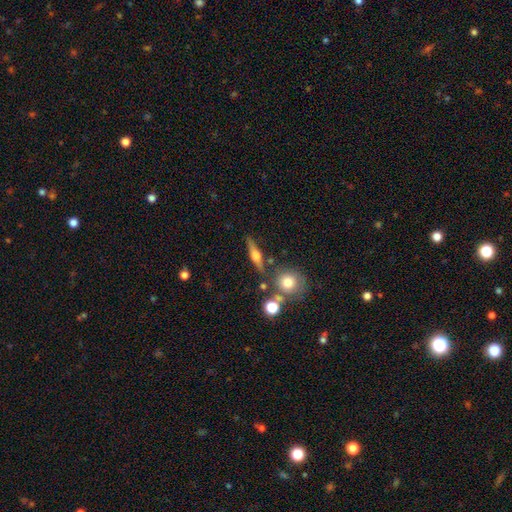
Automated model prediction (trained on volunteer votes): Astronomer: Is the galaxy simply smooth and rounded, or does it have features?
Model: featured or disk — 57% (runner-up: smooth, 34%).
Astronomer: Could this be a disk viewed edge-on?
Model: yes — 91%.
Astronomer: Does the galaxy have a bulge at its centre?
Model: rounded — 87%.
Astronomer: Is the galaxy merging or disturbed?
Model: none — 74%.